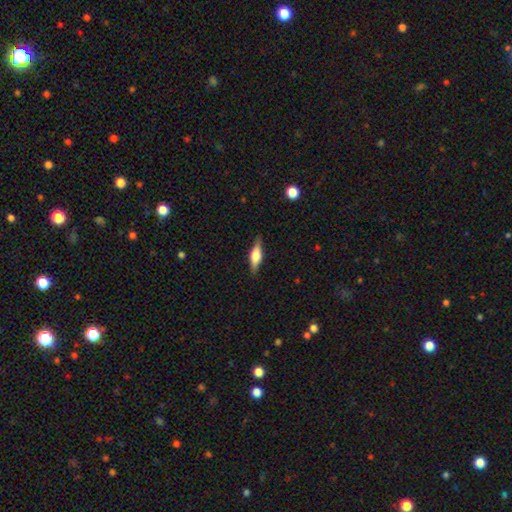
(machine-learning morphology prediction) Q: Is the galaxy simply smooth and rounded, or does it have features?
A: featured or disk — 50%.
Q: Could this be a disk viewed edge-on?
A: yes — 94%.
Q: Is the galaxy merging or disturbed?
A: none — 86%.